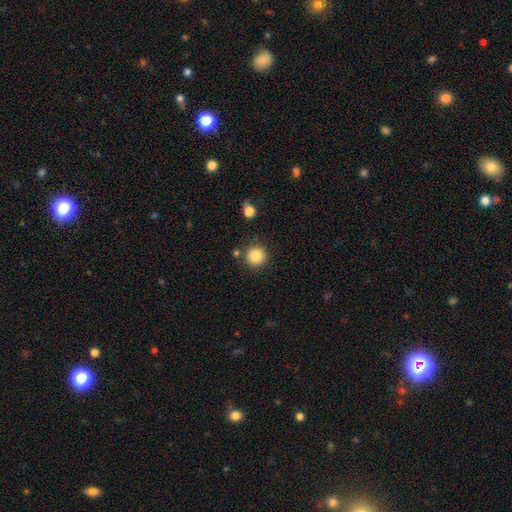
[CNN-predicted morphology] smooth_or_featured: smooth (p=0.86) [alt: star or artifact p=0.10]
how_rounded: round (p=0.94) [alt: in between p=0.05]
merging: none (p=0.86) [alt: minor disturbance p=0.07]